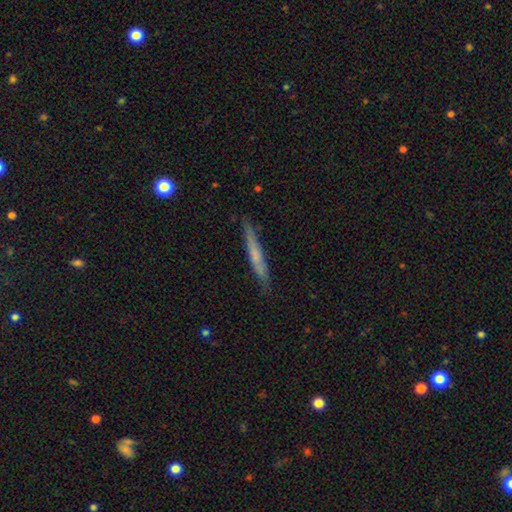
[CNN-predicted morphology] type=smooth (58%); roundness=cigar-shaped (95%); merging=none (85%).